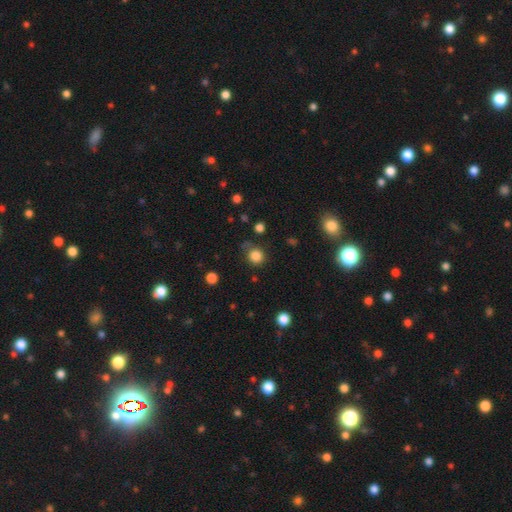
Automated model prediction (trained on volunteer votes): This appears to be a smooth galaxy with no disk features (84%) that is round (88%). Merging: none (74%).